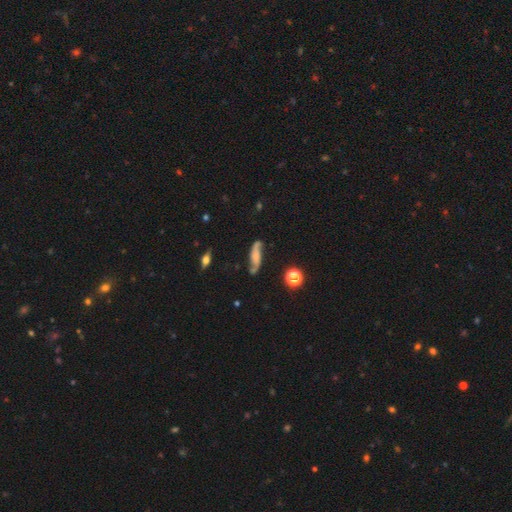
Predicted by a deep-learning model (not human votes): featured or disk 65%, smooth 27%, star or artifact 9%. Down the decision tree: edge-on disk — no (81%); bar — no (58%); spiral arms — yes (92%); bulge size — none (41%); merging — none (66%).